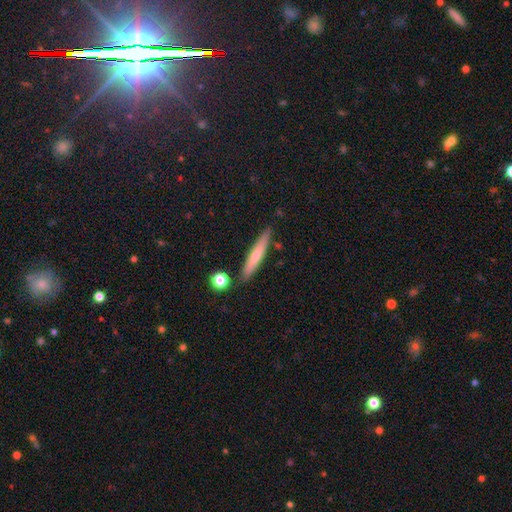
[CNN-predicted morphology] A smooth galaxy with no disk features (60%) that is cigar-shaped (93%). Merging: none (85%).